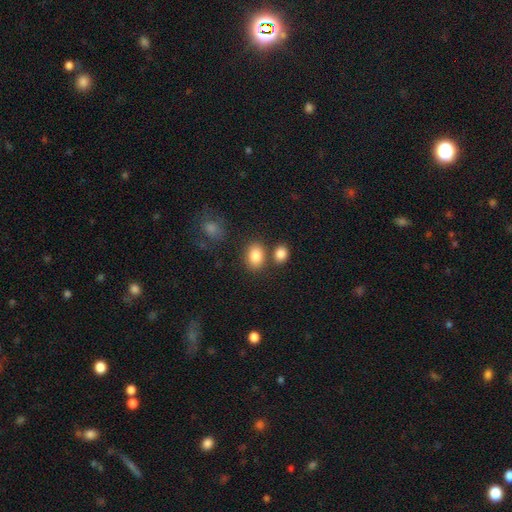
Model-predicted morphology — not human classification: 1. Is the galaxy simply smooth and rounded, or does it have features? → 85% smooth, 9% star or artifact, 6% featured or disk.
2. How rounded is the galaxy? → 67% in between, 32% round, 1% cigar-shaped.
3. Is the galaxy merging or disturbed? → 68% none, 18% merger, 11% minor disturbance, 3% major disturbance.